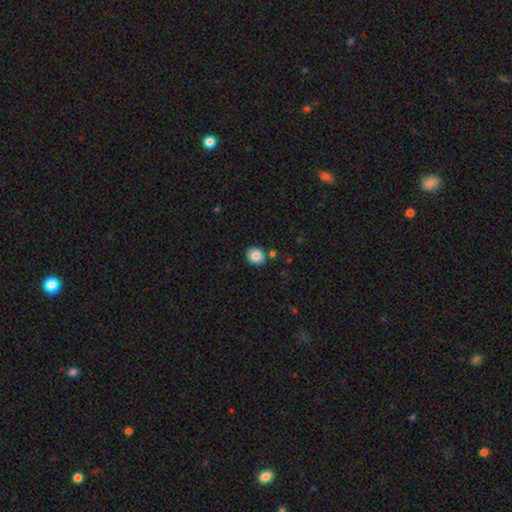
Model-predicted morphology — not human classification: smooth-or-featured: smooth: 82% | featured or disk: 9% | star or artifact: 9%
  how-rounded: round: 63% | in between: 36% | cigar-shaped: 1%
  merging: none: 82% | minor disturbance: 9% | merger: 7% | major disturbance: 2%